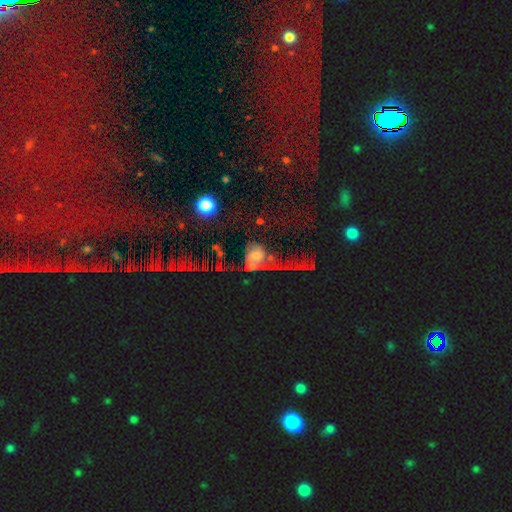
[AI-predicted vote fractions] A featured or disk galaxy (48%).

Vote fractions:
- Smooth or featured? featured or disk: 48% / smooth: 34% / star or artifact: 18%
- Merging? major disturbance: 44% / merger: 33% / none: 14% / minor disturbance: 9%